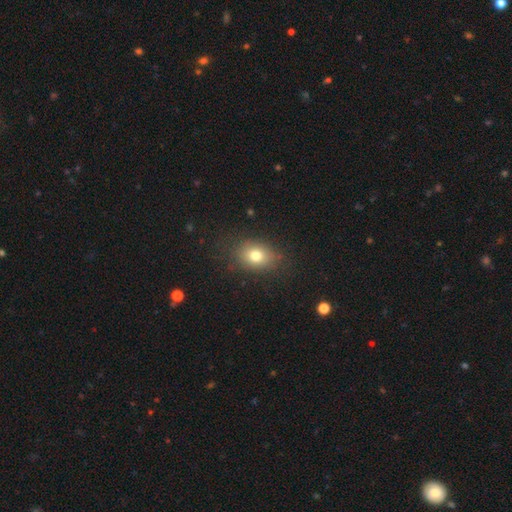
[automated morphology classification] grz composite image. It shows a smooth galaxy with no disk features (77%) that is in between round and cigar-shaped (65%). Merging: none (81%).